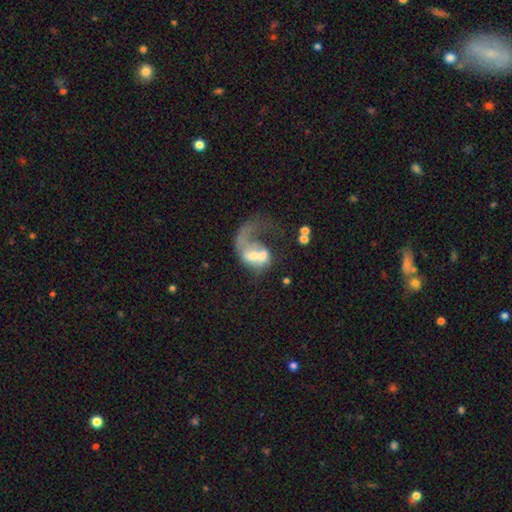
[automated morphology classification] Smooth or featured? Predicted: featured or disk (p=0.58). Edge-on disk? Predicted: no (p=0.97). Bar? Predicted: no (p=0.66). Spiral arms? Predicted: yes (p=0.57). Bulge size? Predicted: moderate (p=0.47). Merging? Predicted: major disturbance (p=0.42).